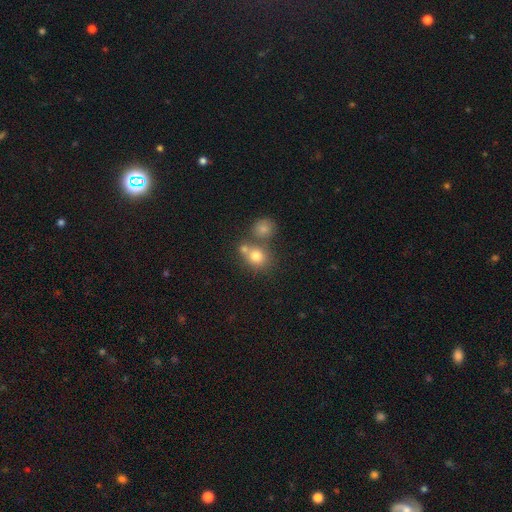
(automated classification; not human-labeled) A smooth galaxy with no disk features (76%) that is round (70%).

Vote fractions:
- Smooth or featured? smooth: 76% / star or artifact: 12% / featured or disk: 12%
- How rounded? round: 70% / in between: 29% / cigar-shaped: 1%
- Merging? none: 47% / merger: 39% / minor disturbance: 10% / major disturbance: 4%